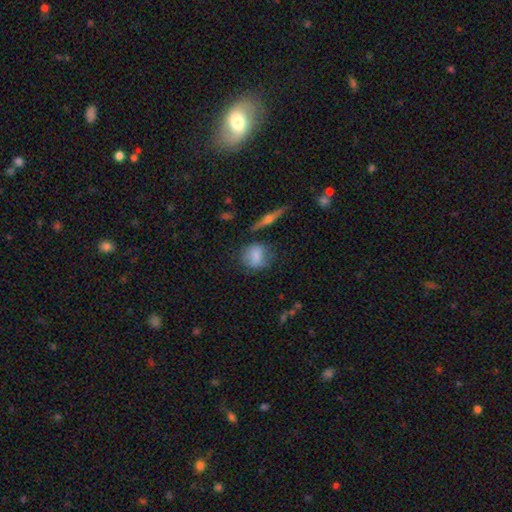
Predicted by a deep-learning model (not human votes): Smooth or featured? Predicted: smooth (p=0.75). How rounded? Predicted: round (p=0.63). Merging? Predicted: none (p=0.65).